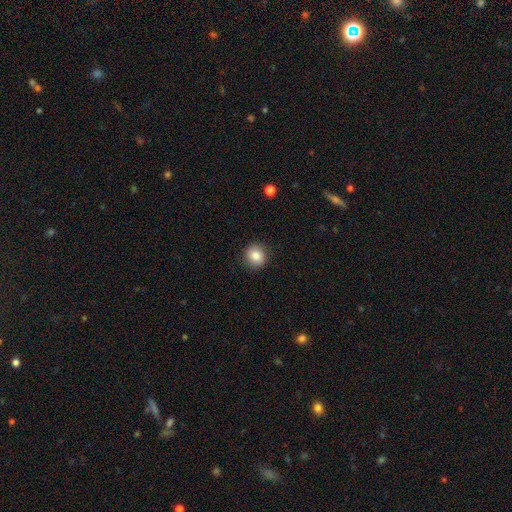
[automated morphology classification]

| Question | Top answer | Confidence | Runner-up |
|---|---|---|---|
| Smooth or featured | smooth | 84% | star or artifact (9%) |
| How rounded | round | 86% | in between (13%) |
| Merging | none | 89% | minor disturbance (8%) |